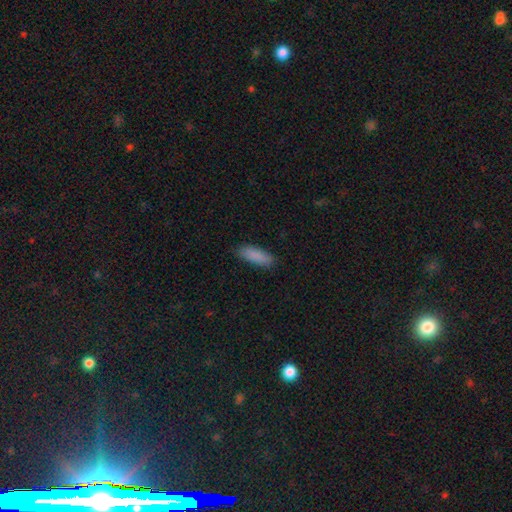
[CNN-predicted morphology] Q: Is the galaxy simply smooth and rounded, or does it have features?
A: smooth — 89%.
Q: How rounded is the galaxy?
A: in between — 60%.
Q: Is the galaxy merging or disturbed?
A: none — 85%.